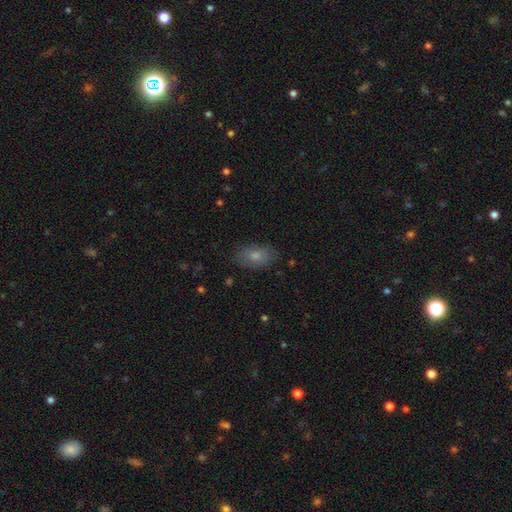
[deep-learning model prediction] A smooth galaxy with no disk features (76%) that is in between round and cigar-shaped (90%).

Vote fractions:
- Smooth or featured? smooth: 76% / featured or disk: 15% / star or artifact: 9%
- How rounded? in between: 90% / round: 8% / cigar-shaped: 2%
- Merging? none: 81% / minor disturbance: 15% / major disturbance: 4% / merger: 1%